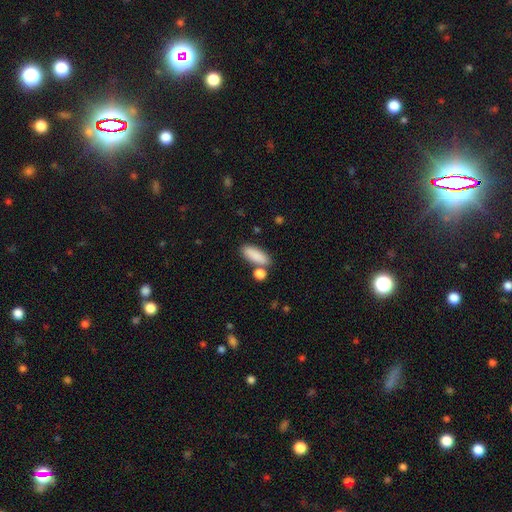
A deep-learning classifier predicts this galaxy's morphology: smooth-or-featured: smooth: 87% | star or artifact: 7% | featured or disk: 6%
  how-rounded: in between: 68% | cigar-shaped: 28% | round: 4%
  merging: none: 70% | merger: 15% | minor disturbance: 11% | major disturbance: 4%